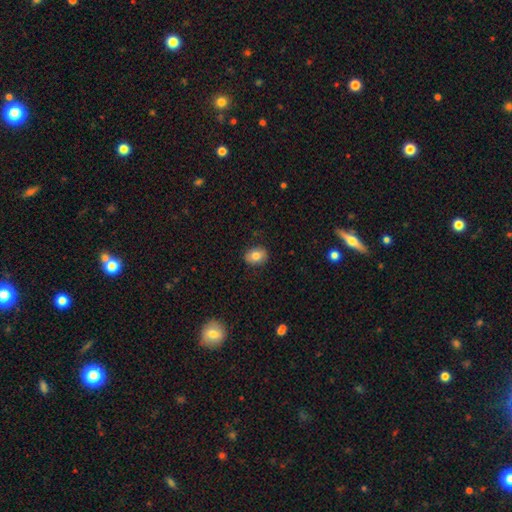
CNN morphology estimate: Smooth or featured?
  - smooth: 80% *
  - featured or disk: 11%
  - star or artifact: 9%
How rounded?
  - in between: 62% *
  - round: 37%
  - cigar-shaped: 1%
Merging?
  - none: 87% *
  - minor disturbance: 10%
  - major disturbance: 2%
  - merger: 1%